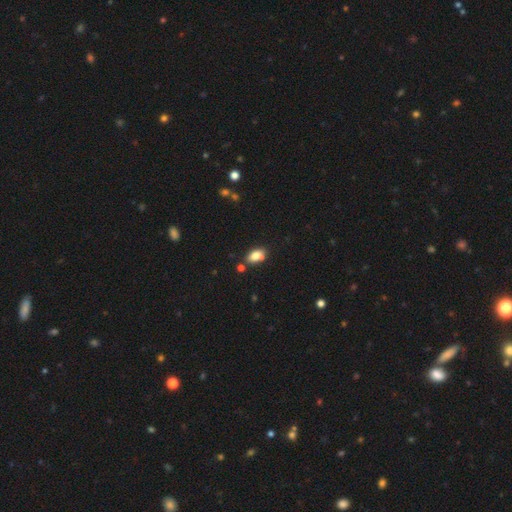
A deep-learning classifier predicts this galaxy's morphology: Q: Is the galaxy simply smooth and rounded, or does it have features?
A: smooth — 82%.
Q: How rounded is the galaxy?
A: in between — 89%.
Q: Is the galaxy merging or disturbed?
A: none — 69%.